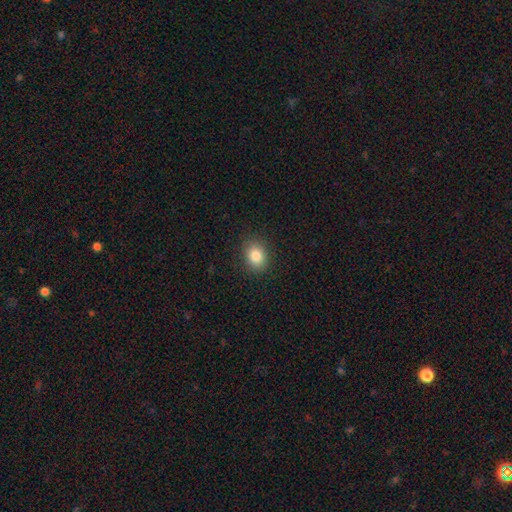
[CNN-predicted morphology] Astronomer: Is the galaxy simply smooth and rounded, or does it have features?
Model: smooth — 84%.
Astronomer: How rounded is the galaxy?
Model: in between — 54% (runner-up: round, 45%).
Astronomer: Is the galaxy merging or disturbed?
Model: none — 89%.